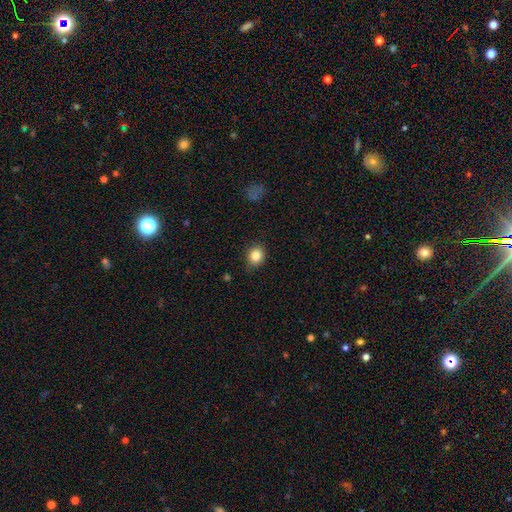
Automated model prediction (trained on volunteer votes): smooth 84%, star or artifact 10%, featured or disk 5%. Down the decision tree: how rounded — round (76%); merging — none (85%).